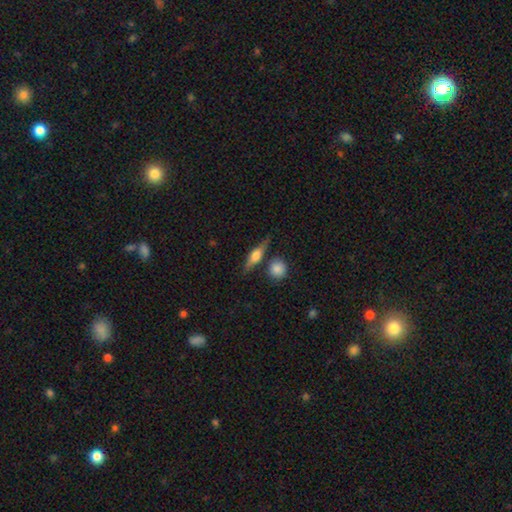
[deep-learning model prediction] smooth-or-featured: featured or disk: 55% | smooth: 38% | star or artifact: 7%
  disk-edge-on: yes: 94% | no: 6%
    edge-on-bulge: rounded: 87% | boxy: 10% | none: 3%
  merging: none: 77% | minor disturbance: 12% | merger: 8% | major disturbance: 3%